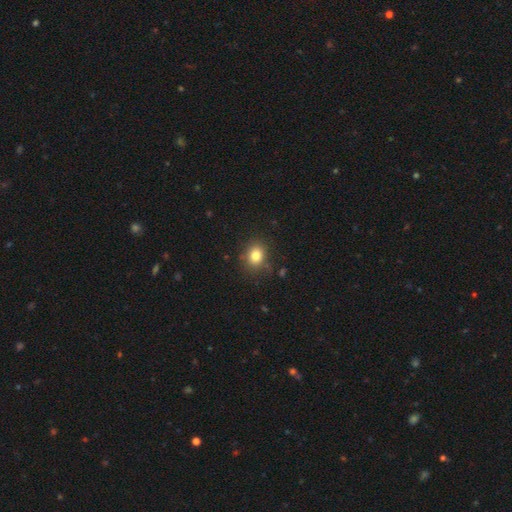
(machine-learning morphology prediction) The model was most divided on "how rounded": round: 57%, in between: 42%, cigar-shaped: 1%. More confident: merging — none (82%); smooth or featured — smooth (82%).